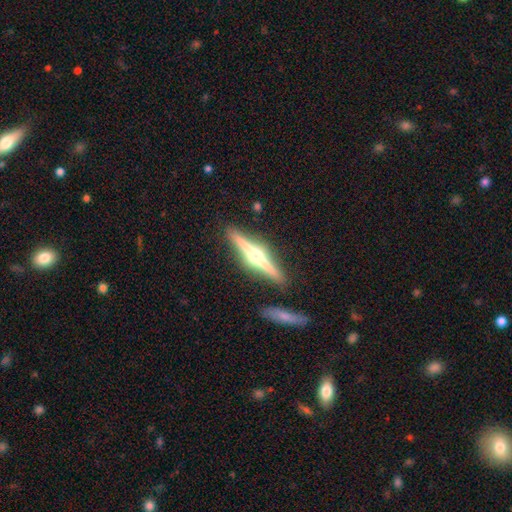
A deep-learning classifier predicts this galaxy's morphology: A featured or disk galaxy (76%) viewed edge-on (98%) with a rounded central bulge (91%).

Vote fractions:
- Smooth or featured? featured or disk: 76% / smooth: 18% / star or artifact: 5%
- Edge-on disk? yes: 98% / no: 2%
- Edge-on bulge? rounded: 91% / none: 5% / boxy: 5%
- Merging? none: 87% / minor disturbance: 8% / merger: 3% / major disturbance: 2%